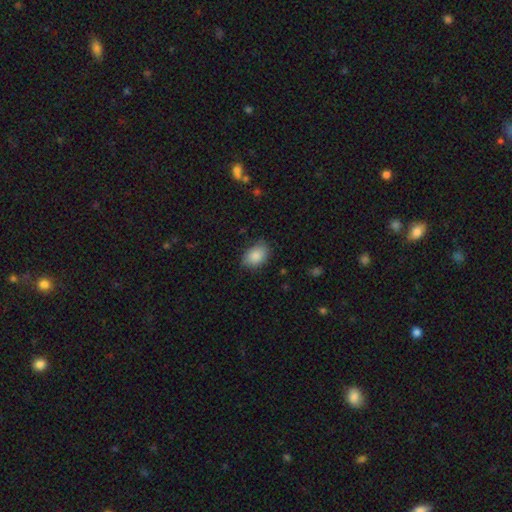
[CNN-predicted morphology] Smooth or featured: smooth — 87% (star or artifact — 7%)
How rounded: in between — 84% (round — 15%)
Merging: none — 79% (minor disturbance — 17%)